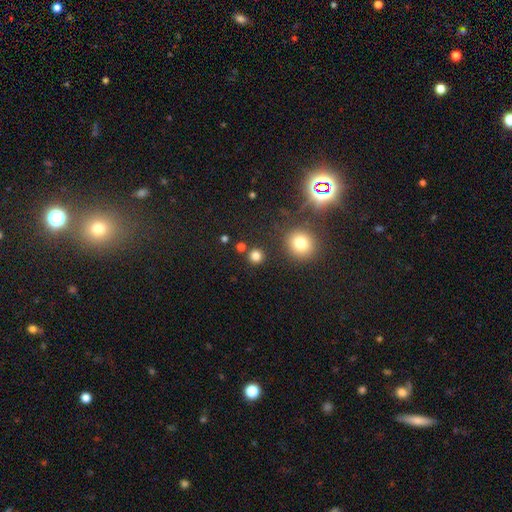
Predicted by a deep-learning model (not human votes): Overall: smooth (78%). How rounded: round (93%). Merging: none (87%).